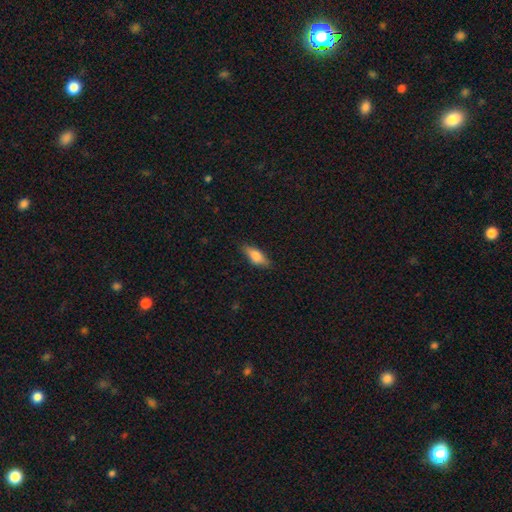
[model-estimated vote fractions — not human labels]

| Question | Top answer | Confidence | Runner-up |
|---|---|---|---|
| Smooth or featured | smooth | 73% | featured or disk (20%) |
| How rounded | in between | 68% | cigar-shaped (28%) |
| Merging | none | 82% | minor disturbance (14%) |